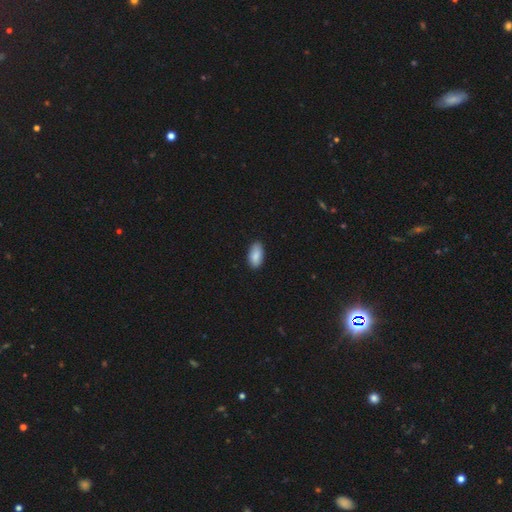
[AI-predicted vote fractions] Overall: smooth (89%). How rounded: in between (93%). Merging: none (86%).